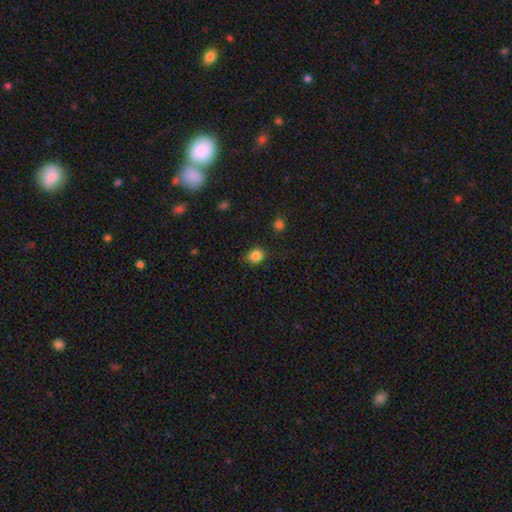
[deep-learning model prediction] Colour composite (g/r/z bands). It shows a smooth galaxy with no disk features (85%) that is round (73%). Merging: none (82%).